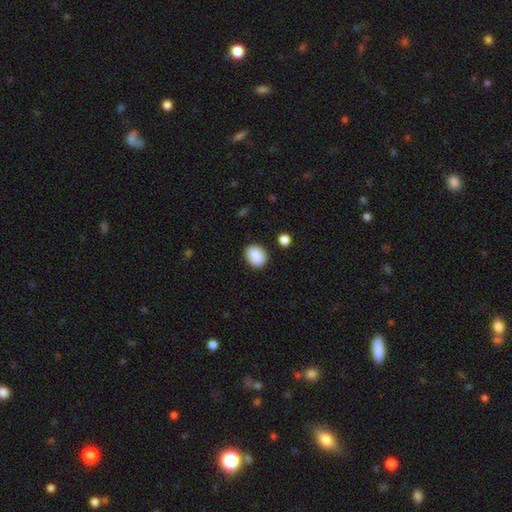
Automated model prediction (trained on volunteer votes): Smooth or featured: smooth — 89% (star or artifact — 8%)
How rounded: round — 52% (in between — 47%)
Merging: none — 84% (minor disturbance — 11%)